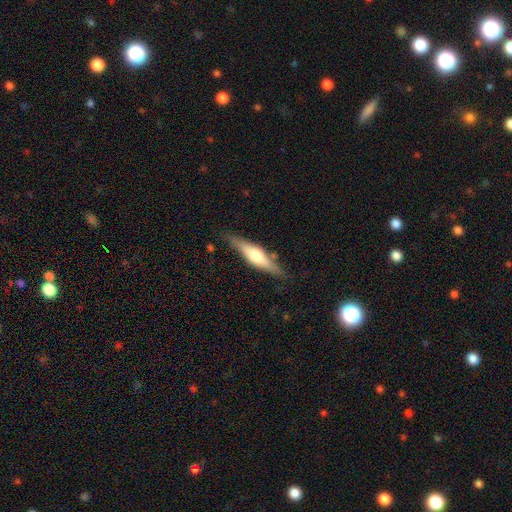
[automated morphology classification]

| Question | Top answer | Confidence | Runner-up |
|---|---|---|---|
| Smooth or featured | featured or disk | 56% | smooth (38%) |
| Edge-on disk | yes | 91% | no (9%) |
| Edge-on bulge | rounded | 88% | boxy (8%) |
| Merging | none | 78% | minor disturbance (16%) |